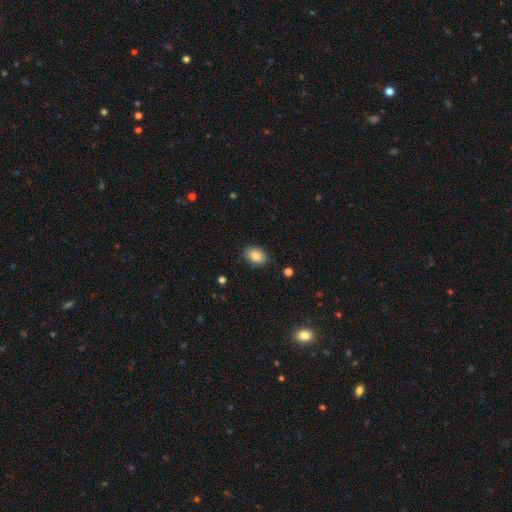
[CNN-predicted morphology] The model was most divided on "how rounded": in between: 85%, round: 14%, cigar-shaped: 1%. More confident: smooth or featured — smooth (85%); merging — none (85%).